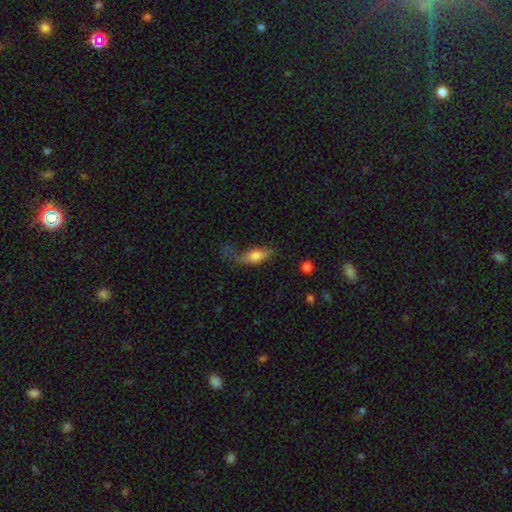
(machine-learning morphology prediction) smooth 61%, featured or disk 32%, star or artifact 8%. Down the decision tree: how rounded — in between (69%); merging — major disturbance (38%).